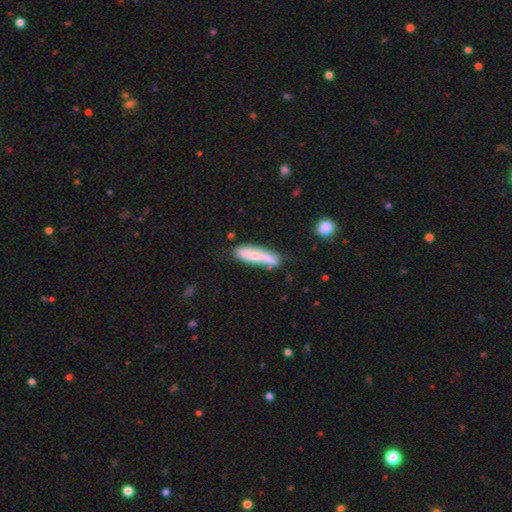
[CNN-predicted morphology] Smooth or featured?
  - smooth: 57% *
  - featured or disk: 37%
  - star or artifact: 6%
How rounded?
  - cigar-shaped: 77% *
  - in between: 21%
  - round: 2%
Merging?
  - none: 63% *
  - minor disturbance: 24%
  - merger: 7%
  - major disturbance: 6%